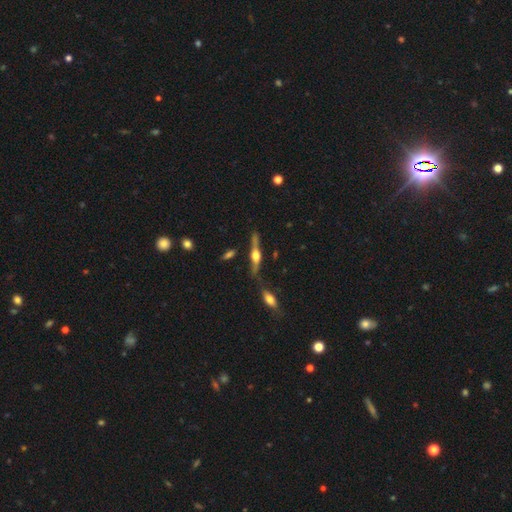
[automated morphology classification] smooth-or-featured: featured or disk: 76% | smooth: 17% | star or artifact: 6%
  disk-edge-on: yes: 95% | no: 5%
    edge-on-bulge: rounded: 92% | boxy: 6% | none: 2%
  merging: none: 72% | minor disturbance: 16% | merger: 8% | major disturbance: 5%